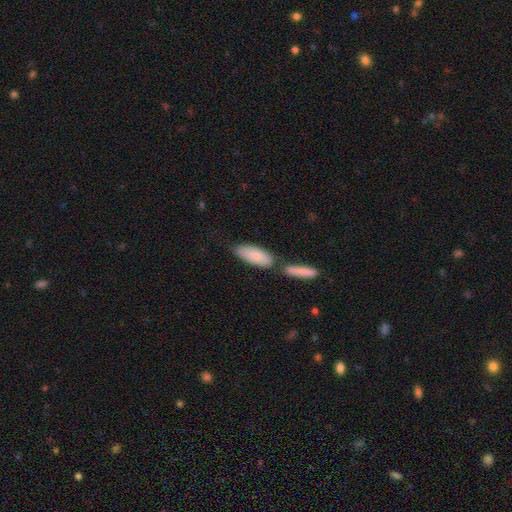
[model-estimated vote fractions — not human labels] smooth-or-featured: smooth: 82% | featured or disk: 12% | star or artifact: 6%
  how-rounded: in between: 73% | cigar-shaped: 25% | round: 2%
  merging: none: 50% | merger: 31% | minor disturbance: 15% | major disturbance: 4%